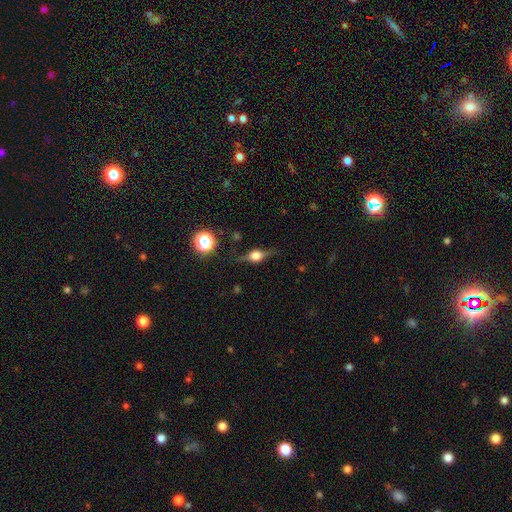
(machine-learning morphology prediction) Smooth or featured: featured or disk — 62% (smooth — 27%)
Edge-on disk: yes — 94% (no — 6%)
Edge-on bulge: rounded — 94% (boxy — 5%)
Merging: none — 80% (minor disturbance — 14%)